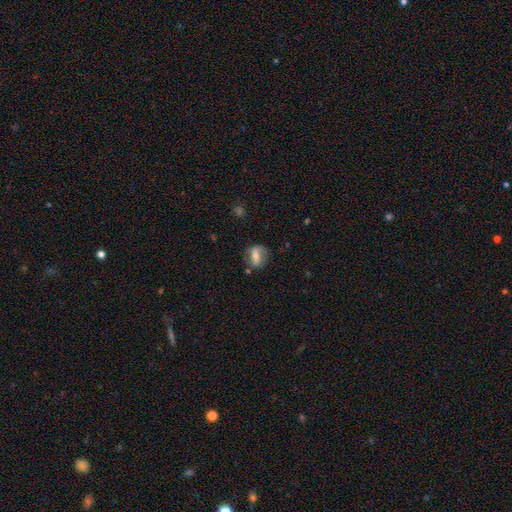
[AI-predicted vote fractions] A smooth galaxy with no disk features (52%) that is in between round and cigar-shaped (58%).

Vote fractions:
- Smooth or featured? smooth: 52% / featured or disk: 39% / star or artifact: 8%
- How rounded? in between: 58% / round: 34% / cigar-shaped: 8%
- Merging? none: 68% / minor disturbance: 20% / major disturbance: 8% / merger: 4%